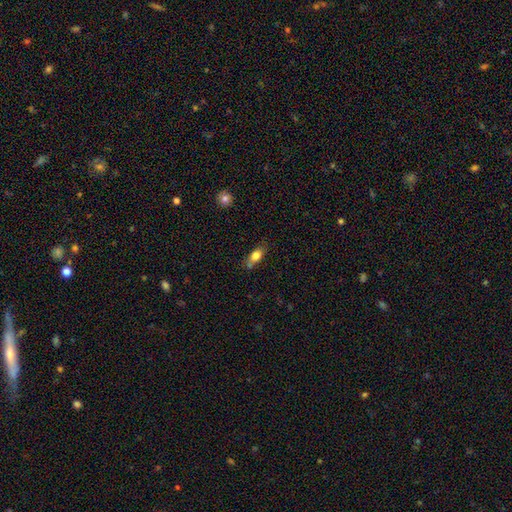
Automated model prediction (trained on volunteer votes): Smooth or featured?
  - smooth: 75% *
  - featured or disk: 17%
  - star or artifact: 8%
How rounded?
  - in between: 77% *
  - cigar-shaped: 15%
  - round: 8%
Merging?
  - none: 60% *
  - minor disturbance: 23%
  - merger: 12%
  - major disturbance: 6%